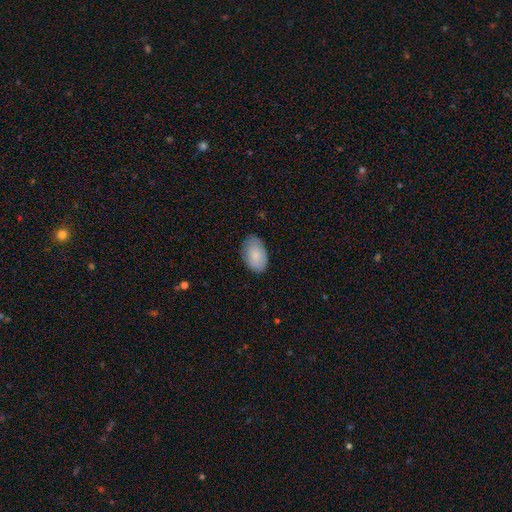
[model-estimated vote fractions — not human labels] This is clearly a smooth galaxy (82%). How rounded: clearly in between (91%). Merging: likely none (77%).